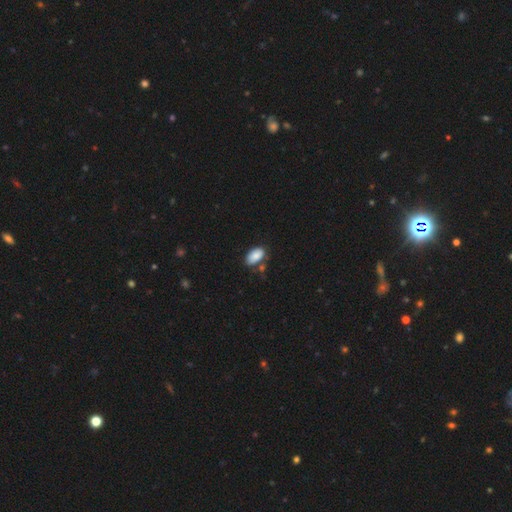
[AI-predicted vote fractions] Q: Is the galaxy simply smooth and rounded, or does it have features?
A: smooth — 87%.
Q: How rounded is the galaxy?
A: in between — 95%.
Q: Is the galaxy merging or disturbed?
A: none — 70%.